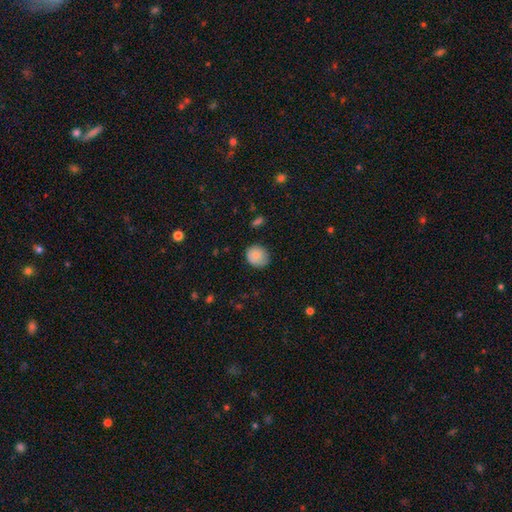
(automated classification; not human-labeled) This appears to be a smooth galaxy with no disk features (85%) that is round (82%). Merging: none (80%).